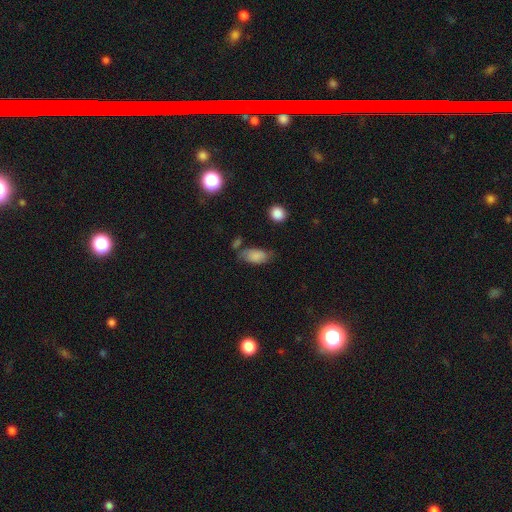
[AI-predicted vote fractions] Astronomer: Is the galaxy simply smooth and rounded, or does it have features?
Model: smooth — 82%.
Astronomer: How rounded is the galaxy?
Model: in between — 91%.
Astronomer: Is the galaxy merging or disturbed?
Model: none — 57%.